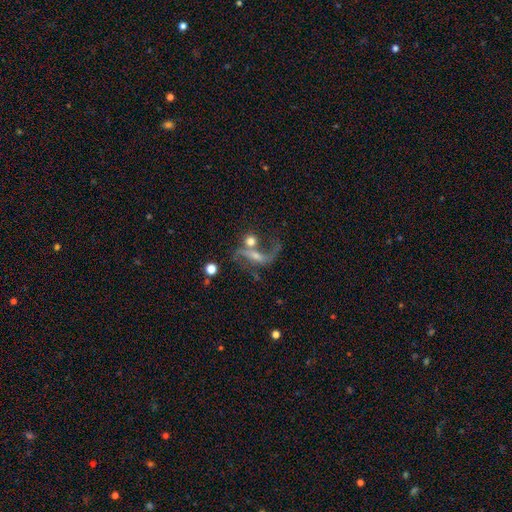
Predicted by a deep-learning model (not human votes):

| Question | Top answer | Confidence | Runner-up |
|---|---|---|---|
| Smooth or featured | featured or disk | 73% | smooth (15%) |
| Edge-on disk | no | 92% | yes (8%) |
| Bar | weak | 37% | no (35%) |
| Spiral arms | yes | 85% | no (15%) |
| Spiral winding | loose | 84% | medium (12%) |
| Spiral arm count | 2 | 77% | 1 (17%) |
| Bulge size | small | 42% | moderate (38%) |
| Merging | none | 36% | merger (32%) |